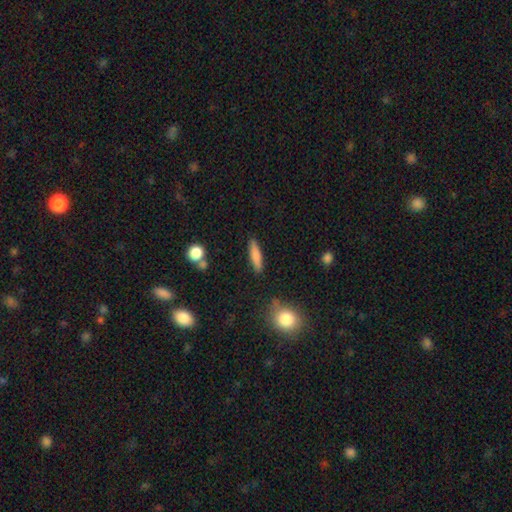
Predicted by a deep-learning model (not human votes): A smooth galaxy with no disk features (78%) that is cigar-shaped (75%).

Vote fractions:
- Smooth or featured? smooth: 78% / featured or disk: 15% / star or artifact: 7%
- How rounded? cigar-shaped: 75% / in between: 22% / round: 2%
- Merging? none: 87% / minor disturbance: 9% / merger: 2% / major disturbance: 2%